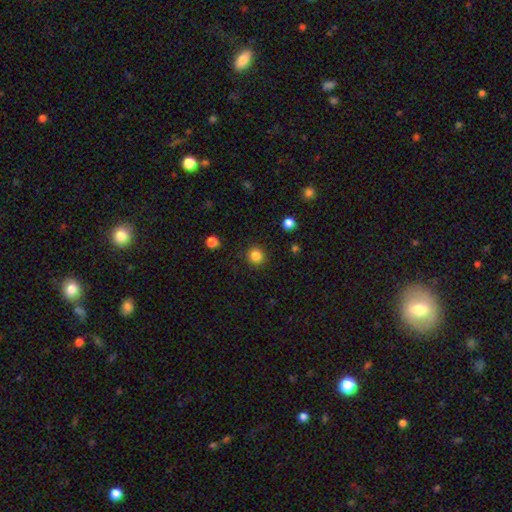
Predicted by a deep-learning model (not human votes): Smooth or featured?
  - smooth: 84% *
  - star or artifact: 12%
  - featured or disk: 4%
How rounded?
  - round: 94% *
  - in between: 5%
  - cigar-shaped: 1%
Merging?
  - none: 91% *
  - minor disturbance: 6%
  - major disturbance: 2%
  - merger: 1%